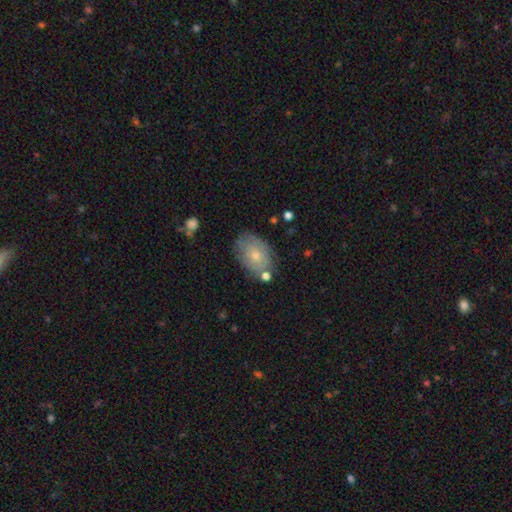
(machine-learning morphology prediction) A smooth galaxy with no disk features (62%) that is in between round and cigar-shaped (85%).

Vote fractions:
- Smooth or featured? smooth: 62% / featured or disk: 30% / star or artifact: 7%
- How rounded? in between: 85% / round: 14% / cigar-shaped: 1%
- Merging? none: 69% / minor disturbance: 20% / merger: 6% / major disturbance: 5%